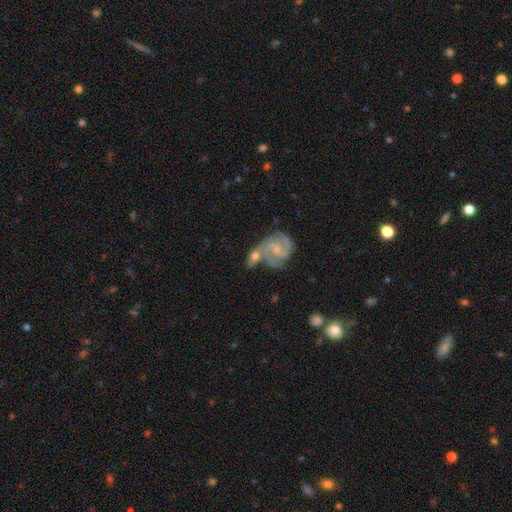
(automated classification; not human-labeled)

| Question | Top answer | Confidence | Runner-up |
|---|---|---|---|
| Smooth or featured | featured or disk | 68% | smooth (18%) |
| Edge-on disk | no | 97% | yes (3%) |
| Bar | weak | 44% | no (42%) |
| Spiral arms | yes | 84% | no (16%) |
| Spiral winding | medium | 42% | tight (40%) |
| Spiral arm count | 2 | 60% | can't tell (19%) |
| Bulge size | small | 64% | moderate (26%) |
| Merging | none | 48% | merger (26%) |